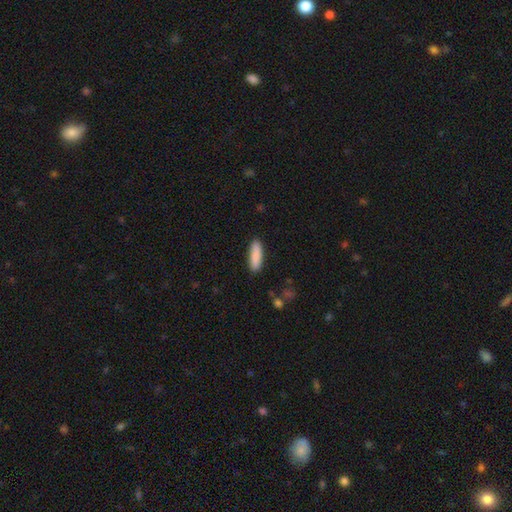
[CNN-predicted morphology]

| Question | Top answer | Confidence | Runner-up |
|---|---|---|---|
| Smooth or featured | smooth | 89% | star or artifact (6%) |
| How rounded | cigar-shaped | 61% | in between (37%) |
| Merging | none | 89% | minor disturbance (8%) |